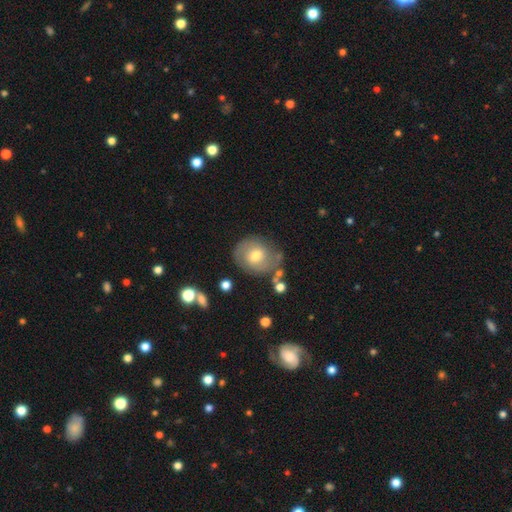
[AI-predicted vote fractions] This appears to be a smooth galaxy with no disk features (51%) that is round (70%). Merging: none (65%).